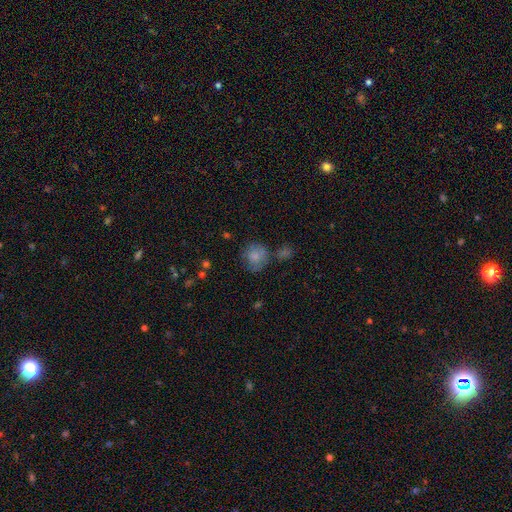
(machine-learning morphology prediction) type=smooth (80%); roundness=round (79%); merging=none (58%).